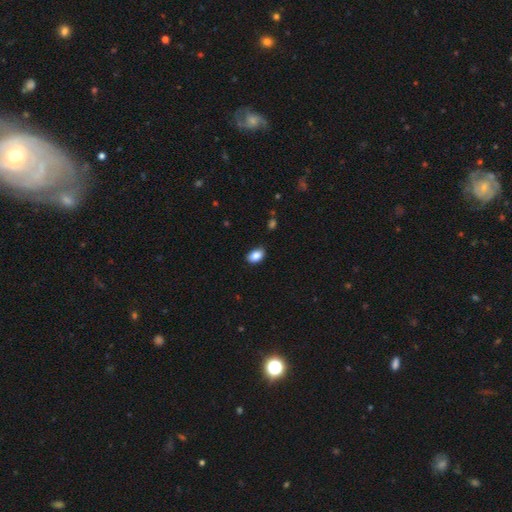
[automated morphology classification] Smooth or featured? smooth (87%)
How rounded? in between (88%)
Merging? none (80%)